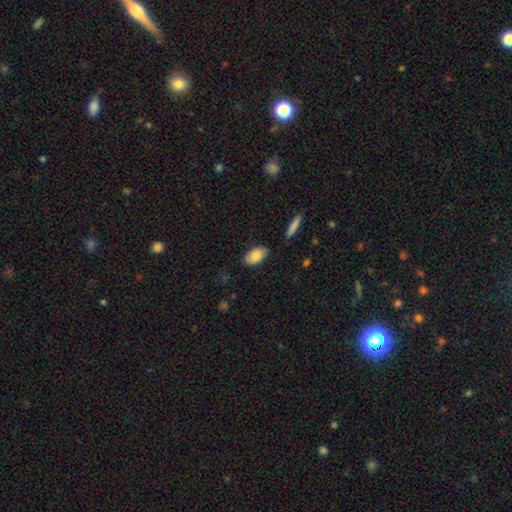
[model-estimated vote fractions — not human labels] This is clearly a smooth galaxy (82%). How rounded: clearly in between (93%). Merging: likely none (80%).